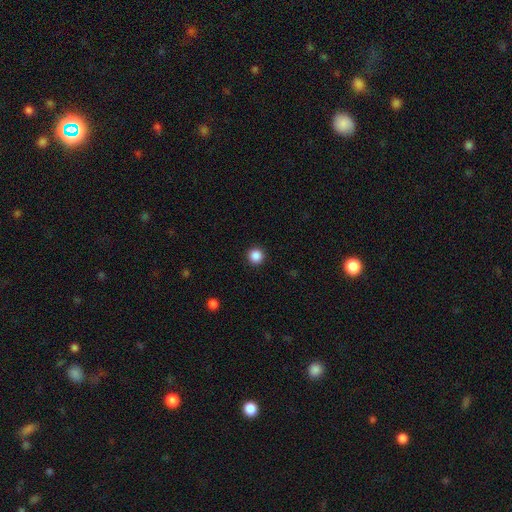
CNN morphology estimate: smooth-or-featured: smooth: 87% | star or artifact: 10% | featured or disk: 3%
  how-rounded: round: 96% | in between: 3% | cigar-shaped: 1%
  merging: none: 93% | minor disturbance: 4% | major disturbance: 2% | merger: 1%